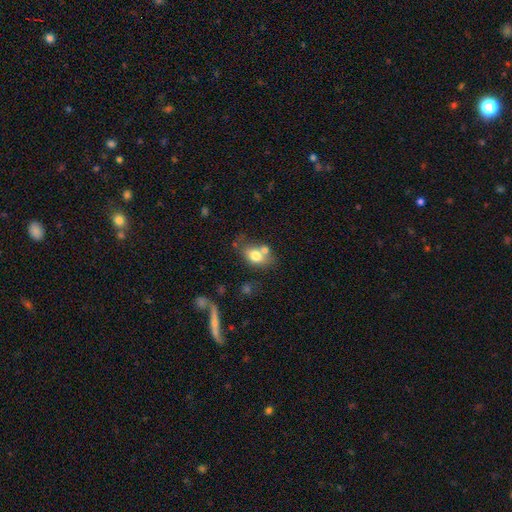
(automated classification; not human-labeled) Overall: smooth (74%). How rounded: in between (72%). Merging: none (47%; merger 30%).